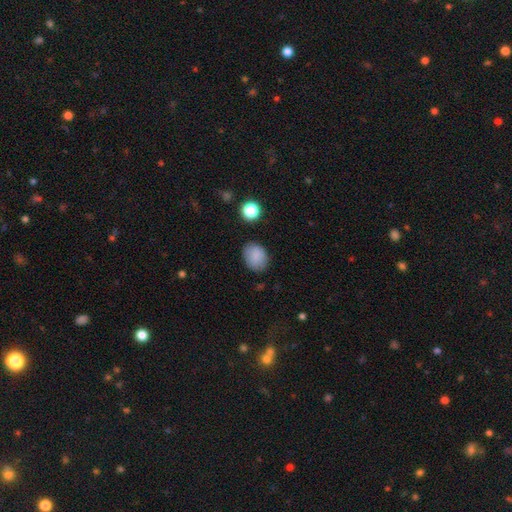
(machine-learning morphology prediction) This appears to be a smooth galaxy with no disk features (86%) that is in between round and cigar-shaped (61%). Merging: none (81%).